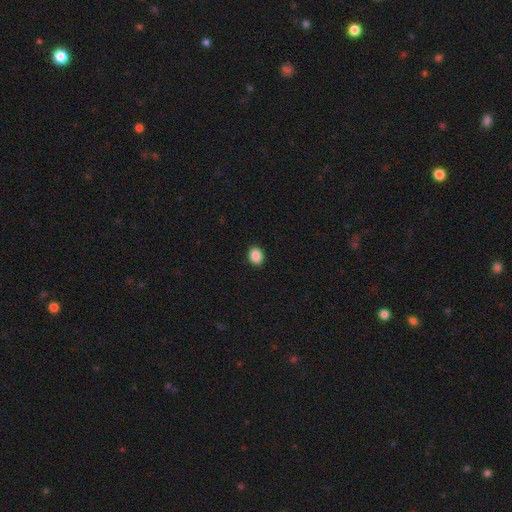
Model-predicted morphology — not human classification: Smooth or featured: smooth — 89% (star or artifact — 8%)
How rounded: in between — 54% (round — 45%)
Merging: none — 92% (minor disturbance — 6%)